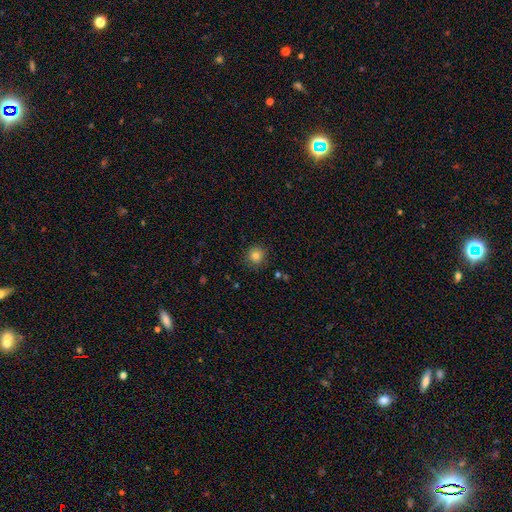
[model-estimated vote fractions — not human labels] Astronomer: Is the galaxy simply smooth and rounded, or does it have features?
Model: smooth — 82%.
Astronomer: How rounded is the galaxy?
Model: round — 92%.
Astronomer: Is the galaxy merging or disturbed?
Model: none — 88%.